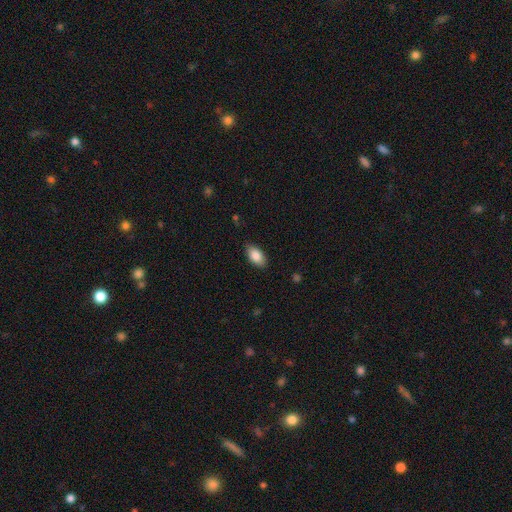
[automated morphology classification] A smooth galaxy with no disk features (86%) that is in between round and cigar-shaped (94%).

Vote fractions:
- Smooth or featured? smooth: 86% / featured or disk: 7% / star or artifact: 7%
- How rounded? in between: 94% / round: 3% / cigar-shaped: 3%
- Merging? none: 86% / minor disturbance: 11% / major disturbance: 2% / merger: 1%